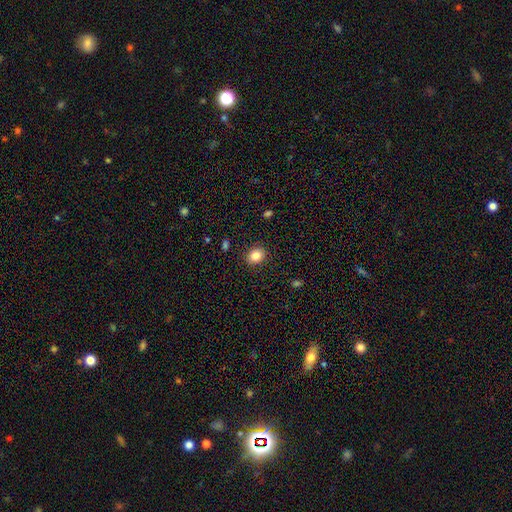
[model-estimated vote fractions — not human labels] Smooth or featured? smooth (84%)
How rounded? round (57%)
Merging? none (90%)